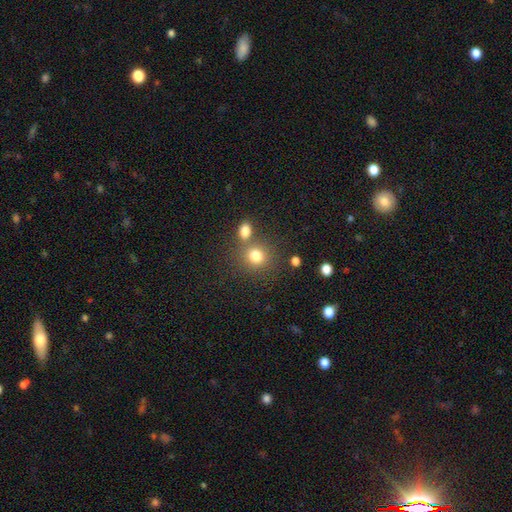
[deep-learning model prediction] smooth 79%, star or artifact 13%, featured or disk 8%. Down the decision tree: how rounded — round (80%); merging — none (63%).